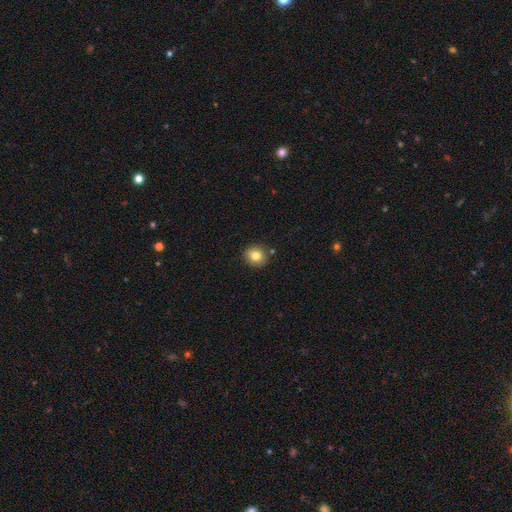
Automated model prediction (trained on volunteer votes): A smooth galaxy with no disk features (81%) that is round (84%). Merging: none (88%).